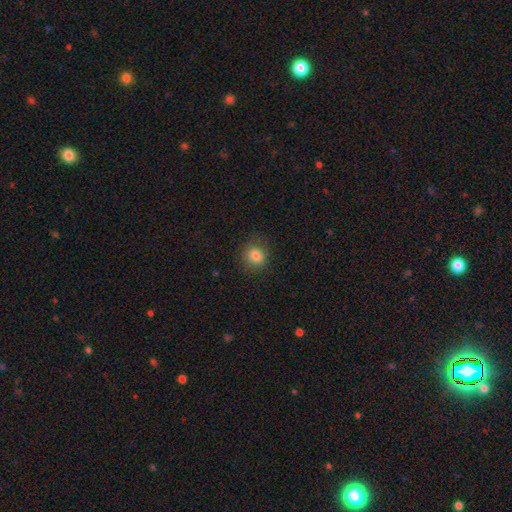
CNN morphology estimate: smooth 82%, star or artifact 11%, featured or disk 7%. Down the decision tree: how rounded — round (80%); merging — none (83%).